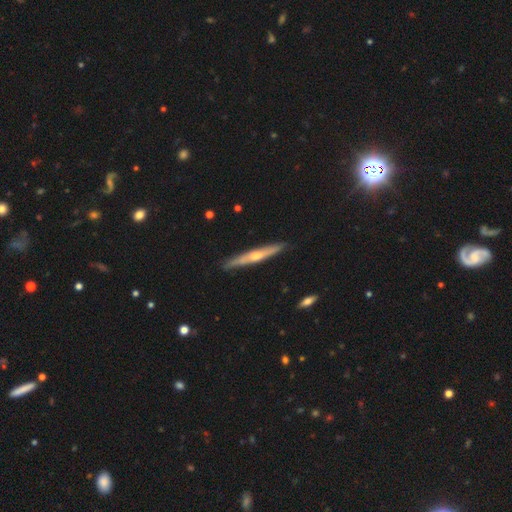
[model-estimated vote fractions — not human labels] featured or disk 67%, smooth 27%, star or artifact 6%. Down the decision tree: edge-on disk — yes (95%); edge-on bulge — rounded (81%); merging — none (88%).